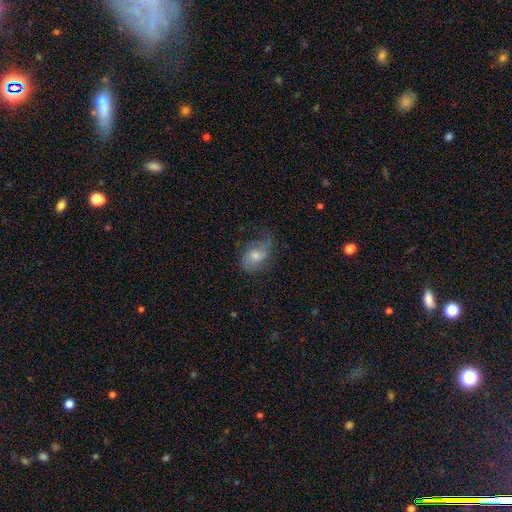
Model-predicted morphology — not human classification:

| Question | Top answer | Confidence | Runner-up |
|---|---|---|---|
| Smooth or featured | featured or disk | 50% | smooth (42%) |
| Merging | none | 51% | minor disturbance (30%) |